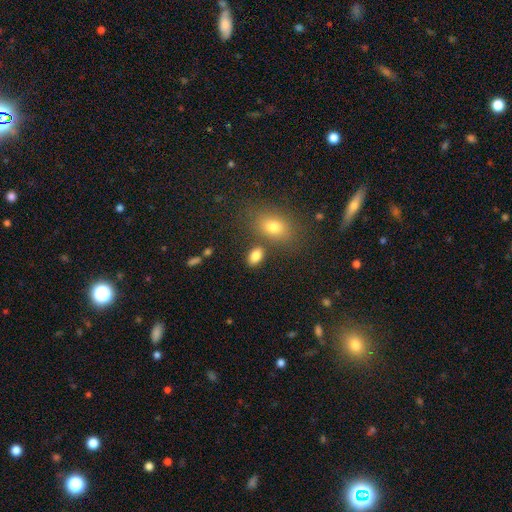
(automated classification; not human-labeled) Overall: smooth (83%). How rounded: in between (87%). Merging: none (75%).